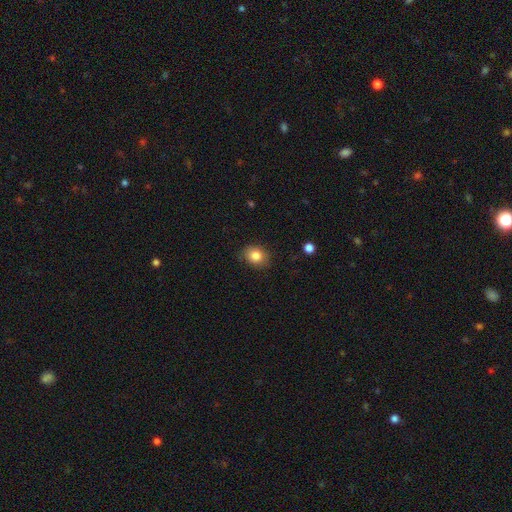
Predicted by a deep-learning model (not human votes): smooth 84%, star or artifact 9%, featured or disk 7%. Down the decision tree: how rounded — round (59%); merging — none (83%).